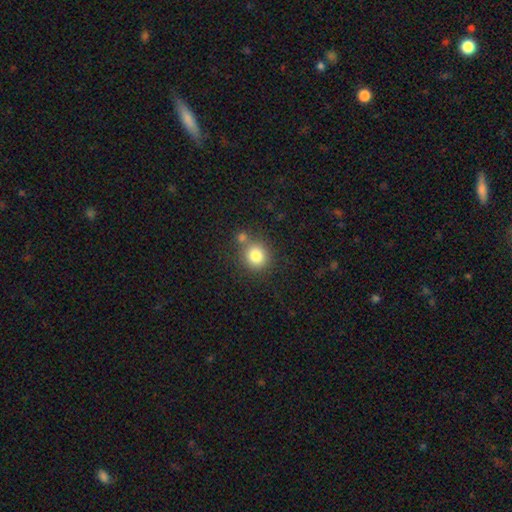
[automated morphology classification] The model was most divided on "merging": none: 67%, merger: 19%, minor disturbance: 11%, major disturbance: 4%. More confident: how rounded — round (89%); smooth or featured — smooth (81%).